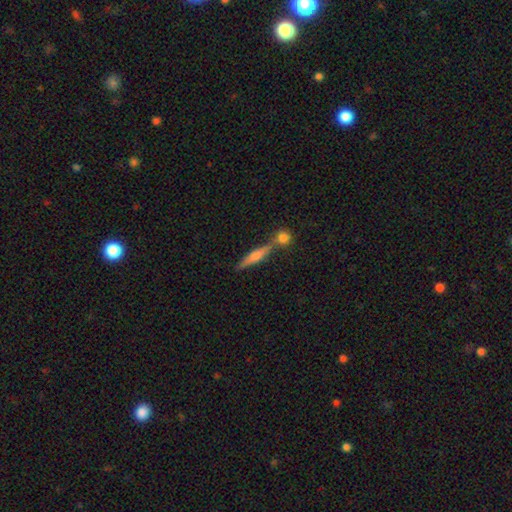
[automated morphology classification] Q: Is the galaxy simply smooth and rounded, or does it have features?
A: featured or disk — 66%.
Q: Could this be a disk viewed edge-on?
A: yes — 96%.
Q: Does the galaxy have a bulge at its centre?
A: rounded — 81%.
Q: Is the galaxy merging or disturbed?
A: none — 68%.